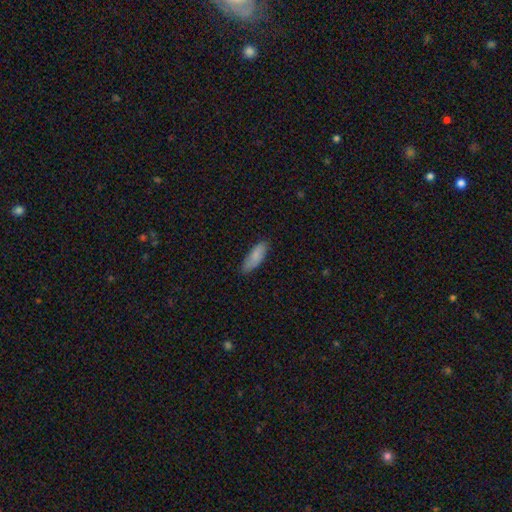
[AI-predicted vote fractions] Smooth or featured?
  - smooth: 85% *
  - featured or disk: 9%
  - star or artifact: 6%
How rounded?
  - in between: 61% *
  - cigar-shaped: 37%
  - round: 2%
Merging?
  - none: 82% *
  - minor disturbance: 15%
  - major disturbance: 2%
  - merger: 1%